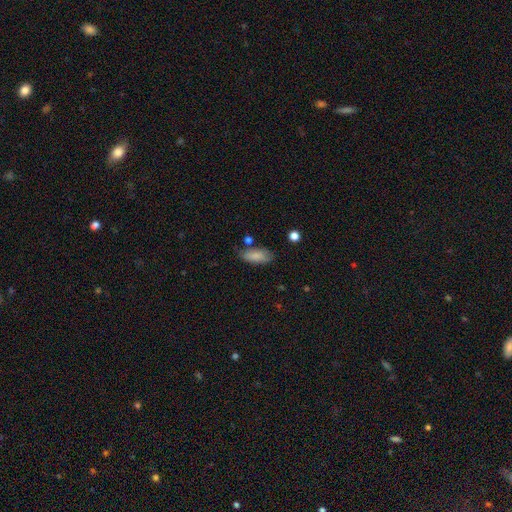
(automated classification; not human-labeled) This is clearly a smooth galaxy (84%). How rounded: clearly in between (83%). Merging: likely none (70%).